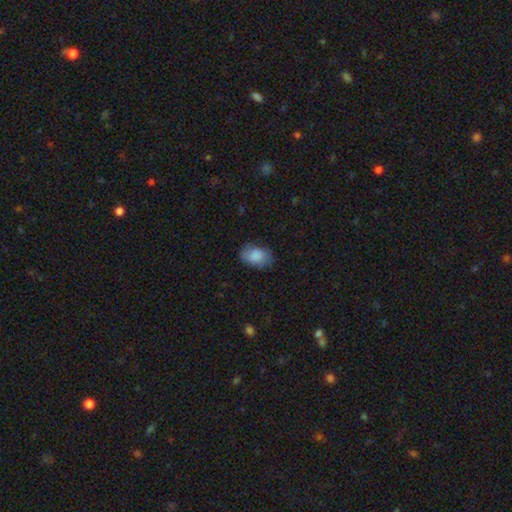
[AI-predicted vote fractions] Smooth or featured? Predicted: smooth (p=0.84). How rounded? Predicted: in between (p=0.86). Merging? Predicted: none (p=0.73).